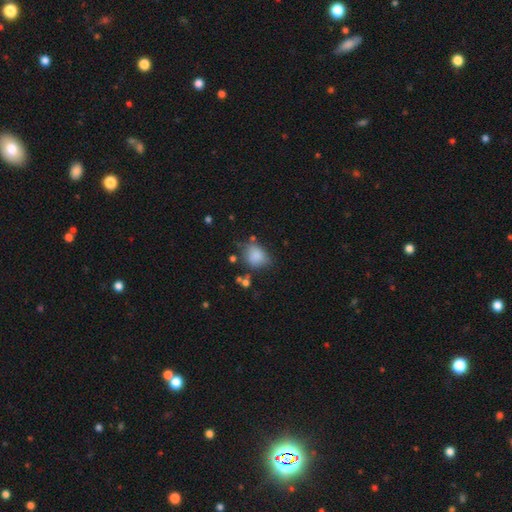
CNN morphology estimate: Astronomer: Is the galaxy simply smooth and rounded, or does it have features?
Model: smooth — 81%.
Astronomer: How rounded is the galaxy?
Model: in between — 53% (runner-up: round, 46%).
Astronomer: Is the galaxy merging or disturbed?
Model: none — 54%.